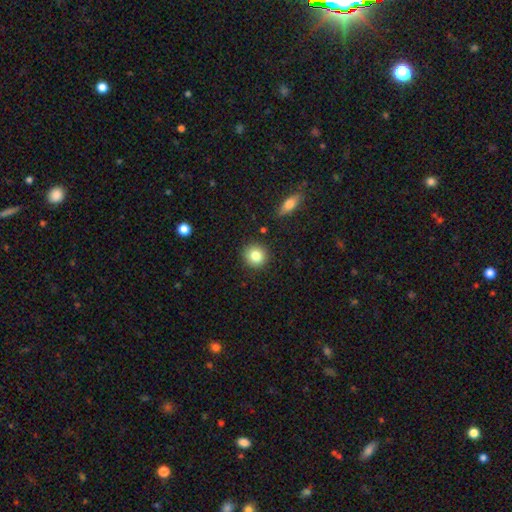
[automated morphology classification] Overall: smooth (83%). How rounded: round (91%). Merging: none (90%).